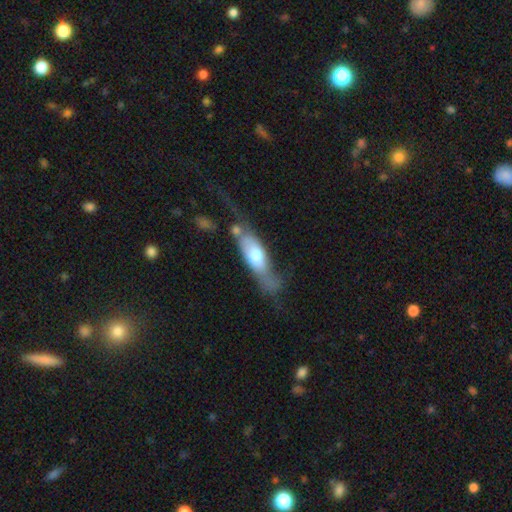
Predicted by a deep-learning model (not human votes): smooth-or-featured: smooth: 55% | featured or disk: 39% | star or artifact: 6%
  how-rounded: in between: 66% | cigar-shaped: 31% | round: 4%
  merging: major disturbance: 28% | none: 27% | merger: 24% | minor disturbance: 21%